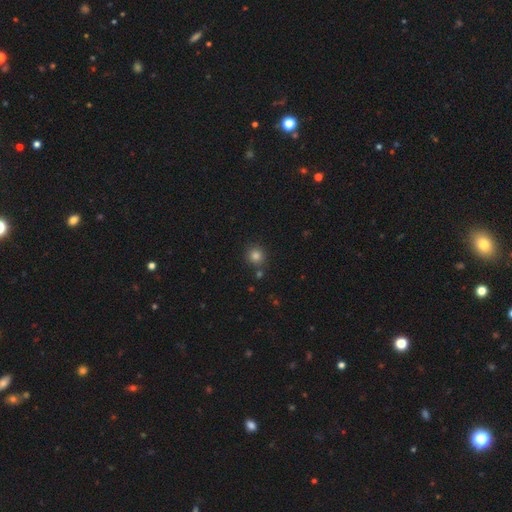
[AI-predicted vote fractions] Smooth or featured?
  - smooth: 83% *
  - star or artifact: 12%
  - featured or disk: 5%
How rounded?
  - round: 91% *
  - in between: 8%
  - cigar-shaped: 1%
Merging?
  - none: 81% *
  - minor disturbance: 9%
  - merger: 8%
  - major disturbance: 3%